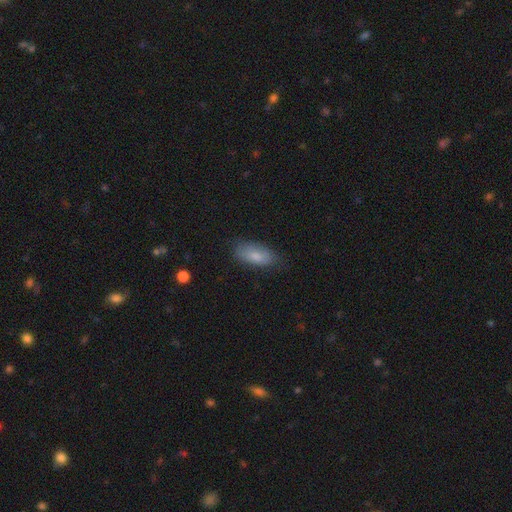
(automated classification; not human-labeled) A smooth galaxy with no disk features (80%) that is in between round and cigar-shaped (86%). Merging: none (74%).